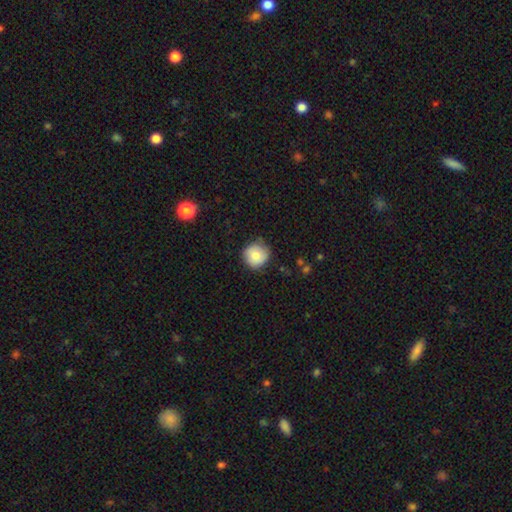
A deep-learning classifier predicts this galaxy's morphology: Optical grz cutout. It shows a smooth galaxy with no disk features (78%) that is round (93%). Merging: none (77%).